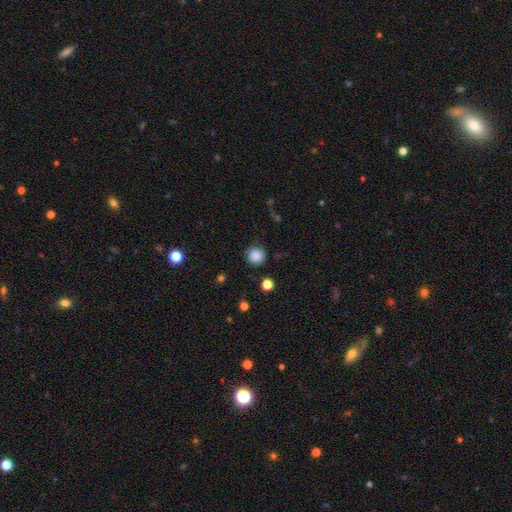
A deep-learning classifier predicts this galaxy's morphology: smooth 86%, star or artifact 11%, featured or disk 4%. Down the decision tree: how rounded — round (94%); merging — none (85%).